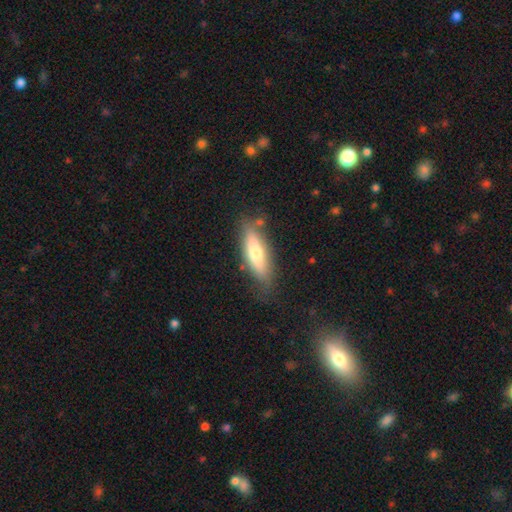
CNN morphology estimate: smooth_or_featured: smooth (p=0.60) [alt: featured or disk p=0.34]
how_rounded: cigar-shaped (p=0.51) [alt: in between p=0.47]
merging: none (p=0.73) [alt: minor disturbance p=0.18]